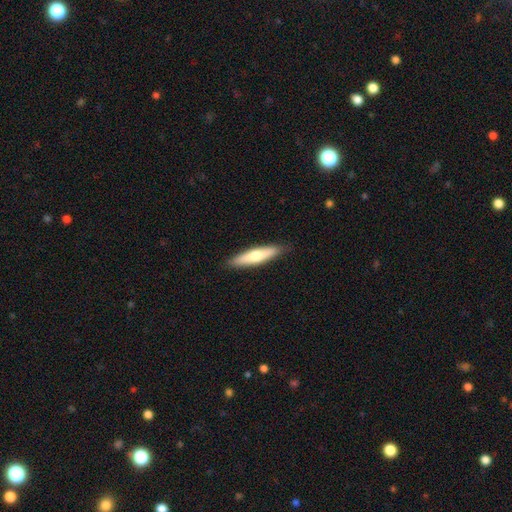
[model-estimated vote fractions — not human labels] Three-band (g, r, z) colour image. It shows a smooth galaxy with no disk features (63%) that is cigar-shaped (79%). Merging: none (89%).